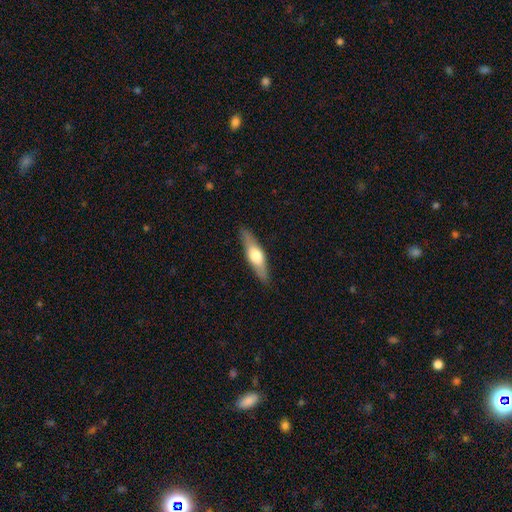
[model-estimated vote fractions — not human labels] smooth_or_featured: featured or disk (p=0.50) [alt: smooth p=0.45]
merging: none (p=0.88) [alt: minor disturbance p=0.09]